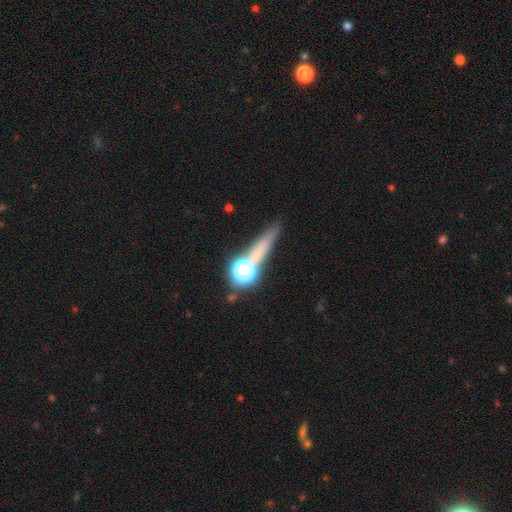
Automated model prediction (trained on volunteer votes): Smooth or featured? Predicted: smooth (p=0.49). Merging? Predicted: none (p=0.66).